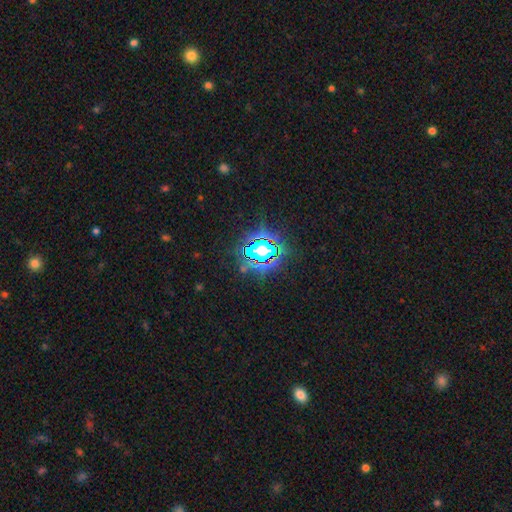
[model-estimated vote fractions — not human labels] Smooth or featured? star or artifact (80%)